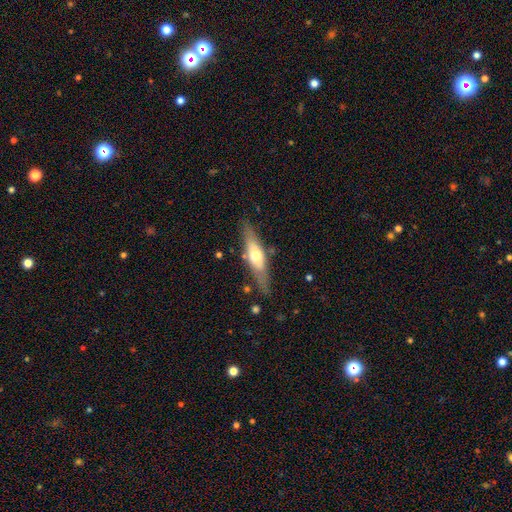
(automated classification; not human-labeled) A featured or disk galaxy (51%) viewed edge-on (77%).

Vote fractions:
- Smooth or featured? featured or disk: 51% / smooth: 44% / star or artifact: 6%
- Edge-on disk? yes: 77% / no: 23%
- Merging? none: 79% / minor disturbance: 14% / major disturbance: 4% / merger: 3%